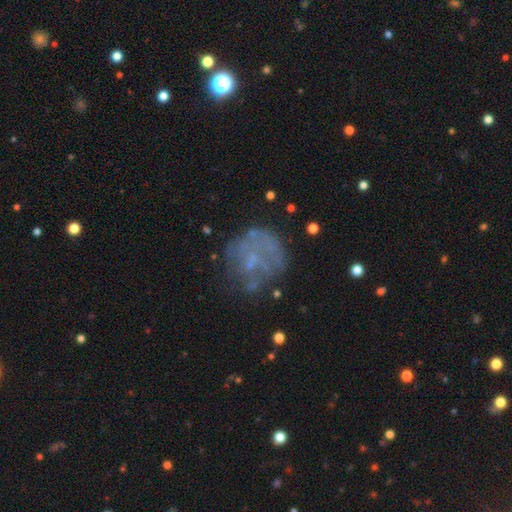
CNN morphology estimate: smooth_or_featured: featured or disk (p=0.49) [alt: smooth p=0.33]
merging: none (p=0.58) [alt: minor disturbance p=0.19]